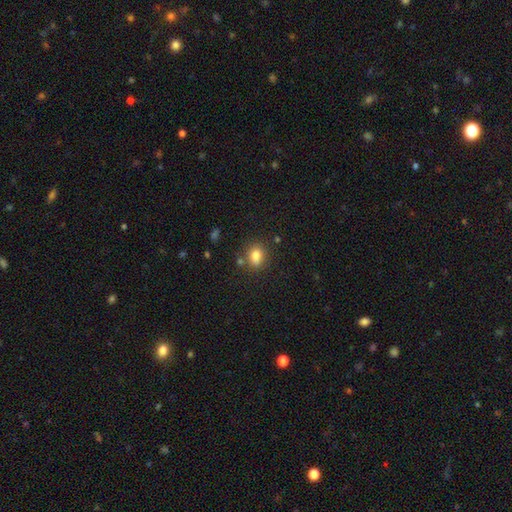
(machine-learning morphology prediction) A smooth galaxy with no disk features (82%) that is in between round and cigar-shaped (61%).

Vote fractions:
- Smooth or featured? smooth: 82% / star or artifact: 10% / featured or disk: 8%
- How rounded? in between: 61% / round: 36% / cigar-shaped: 2%
- Merging? none: 72% / minor disturbance: 14% / merger: 9% / major disturbance: 4%